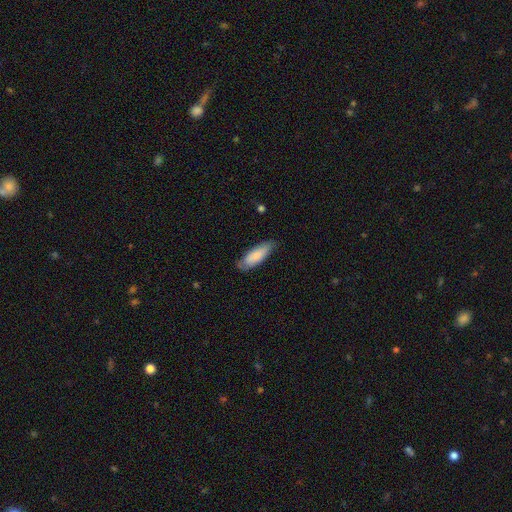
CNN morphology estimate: smooth_or_featured: smooth (p=0.82) [alt: featured or disk p=0.13]
how_rounded: in between (p=0.58) [alt: cigar-shaped p=0.41]
merging: none (p=0.76) [alt: minor disturbance p=0.19]